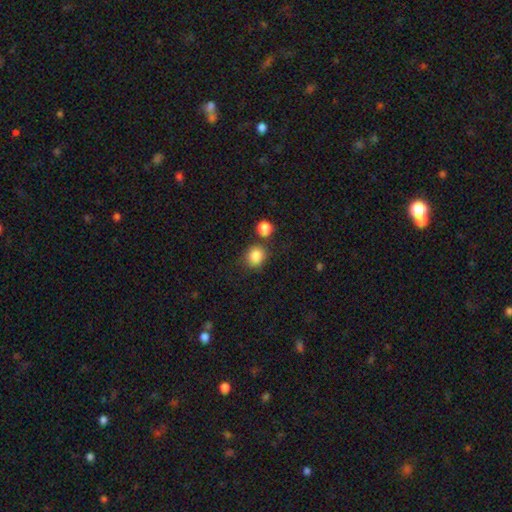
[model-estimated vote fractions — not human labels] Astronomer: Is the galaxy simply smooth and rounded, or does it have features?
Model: smooth — 86%.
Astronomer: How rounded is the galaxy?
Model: round — 81%.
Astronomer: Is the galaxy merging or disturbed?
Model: none — 73%.